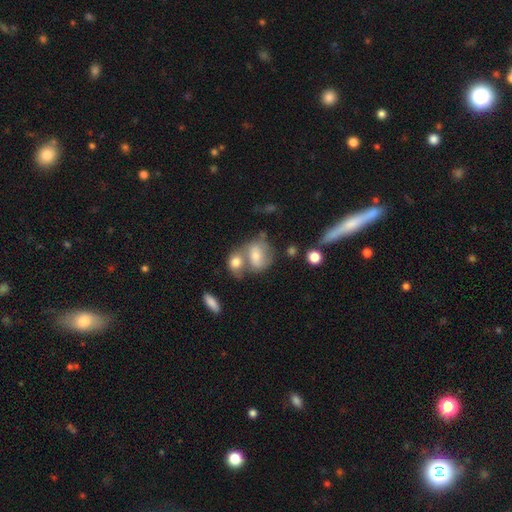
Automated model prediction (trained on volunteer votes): smooth_or_featured: smooth (p=0.52) [alt: featured or disk p=0.39]
how_rounded: round (p=0.49) [tied with: in between p=0.49]
merging: merger (p=0.56) [alt: none p=0.26]